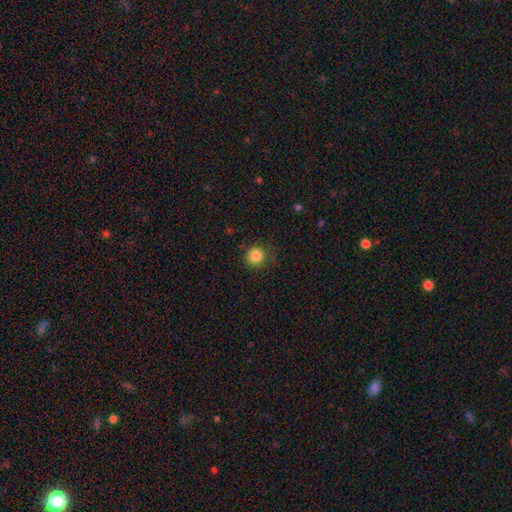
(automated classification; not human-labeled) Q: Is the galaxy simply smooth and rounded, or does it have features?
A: smooth — 85%.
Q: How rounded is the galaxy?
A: round — 92%.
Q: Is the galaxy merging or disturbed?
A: none — 83%.